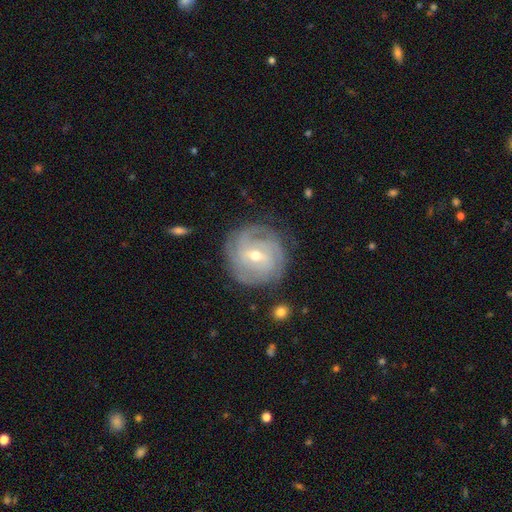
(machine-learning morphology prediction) Smooth or featured: featured or disk — 83% (smooth — 11%)
Edge-on disk: no — 97% (yes — 3%)
Bar: weak — 54% (no — 29%)
Spiral arms: yes — 95% (no — 5%)
Spiral winding: tight — 72% (medium — 22%)
Spiral arm count: can't tell — 31% (3 — 24%)
Bulge size: moderate — 52% (small — 45%)
Merging: none — 81% (minor disturbance — 13%)